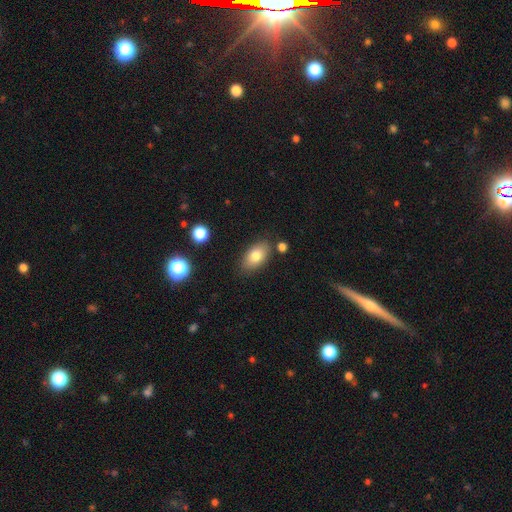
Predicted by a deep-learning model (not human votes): Smooth or featured? smooth (78%)
How rounded? in between (91%)
Merging? none (81%)